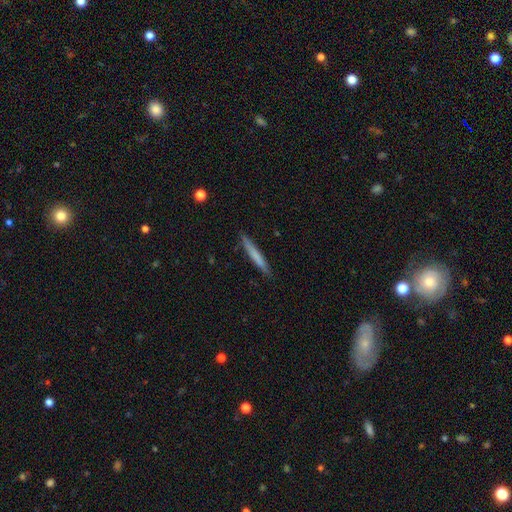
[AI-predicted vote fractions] Smooth or featured?
  - smooth: 68% *
  - featured or disk: 26%
  - star or artifact: 5%
How rounded?
  - cigar-shaped: 96% *
  - in between: 3%
  - round: 1%
Merging?
  - none: 89% *
  - minor disturbance: 9%
  - major disturbance: 2%
  - merger: 1%